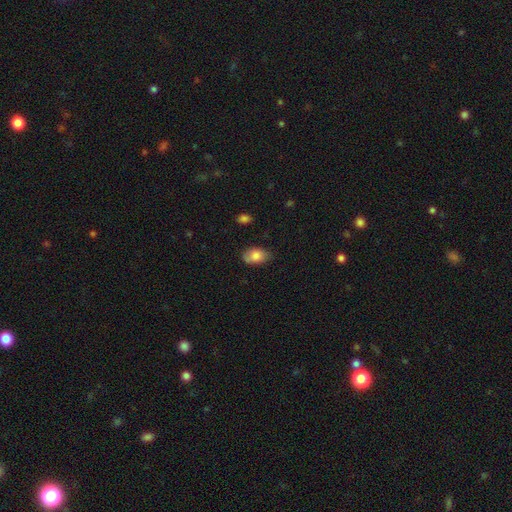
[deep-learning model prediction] Morphology: type=smooth (81%); roundness=in between (91%); merging=none (73%).